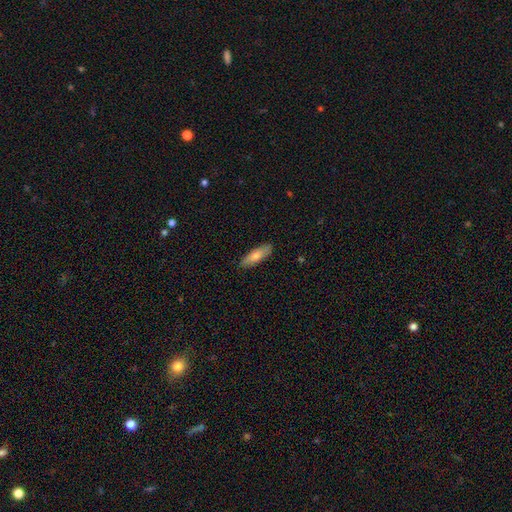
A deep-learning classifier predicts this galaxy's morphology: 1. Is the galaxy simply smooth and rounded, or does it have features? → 70% smooth, 24% featured or disk, 6% star or artifact.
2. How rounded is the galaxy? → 52% cigar-shaped, 46% in between, 2% round.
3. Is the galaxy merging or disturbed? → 87% none, 10% minor disturbance, 2% major disturbance, 1% merger.